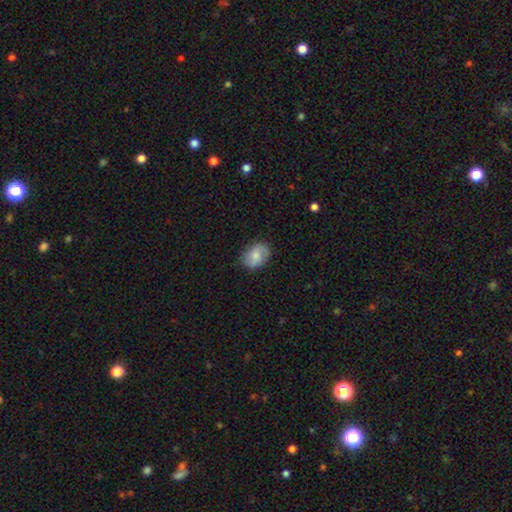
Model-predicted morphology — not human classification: The model was most divided on "smooth or featured": smooth: 61%, featured or disk: 31%, star or artifact: 7%. More confident: merging — none (76%); how rounded — in between (73%).